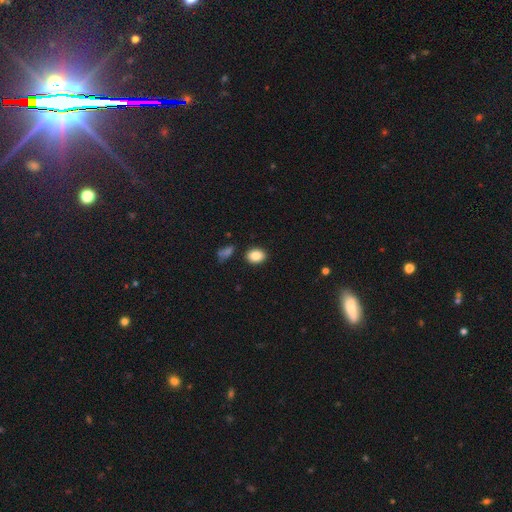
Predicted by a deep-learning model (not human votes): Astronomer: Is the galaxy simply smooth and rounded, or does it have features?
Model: smooth — 87%.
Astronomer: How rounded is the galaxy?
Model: in between — 62% (runner-up: round, 37%).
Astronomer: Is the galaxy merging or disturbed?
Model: none — 86%.